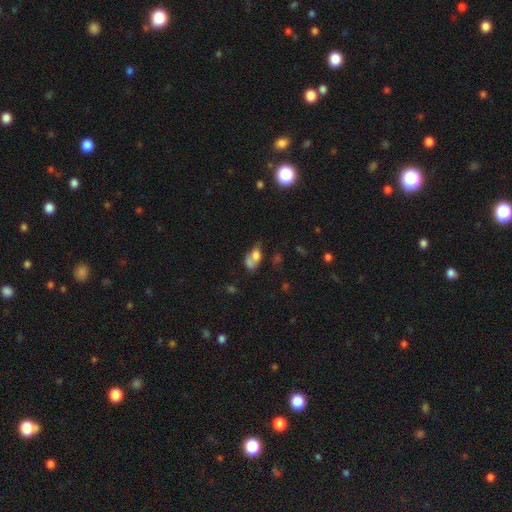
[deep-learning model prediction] Q: Smooth or featured?
A: smooth (65%); runner-up: featured or disk (22%)
Q: How rounded?
A: in between (77%); runner-up: round (19%)
Q: Merging?
A: merger (52%); runner-up: none (21%)